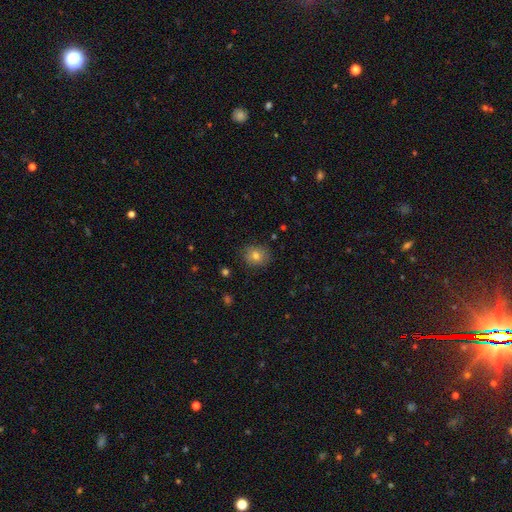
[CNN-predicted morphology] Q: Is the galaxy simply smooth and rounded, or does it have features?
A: smooth — 77%.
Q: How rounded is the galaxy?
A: round — 66%.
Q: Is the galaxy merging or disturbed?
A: none — 81%.